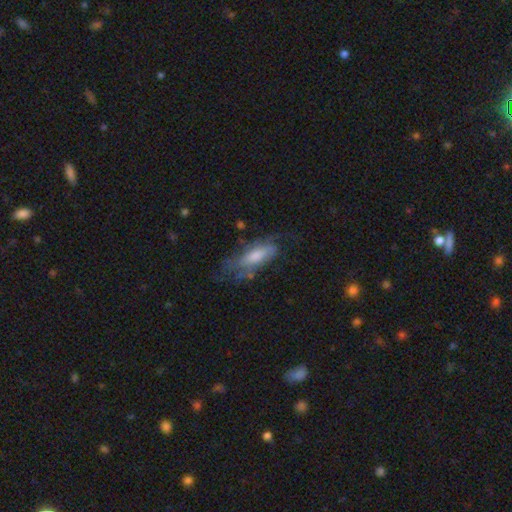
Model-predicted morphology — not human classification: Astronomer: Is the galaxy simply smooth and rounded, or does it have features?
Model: featured or disk — 55% (runner-up: smooth, 37%).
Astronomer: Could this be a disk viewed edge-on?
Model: no — 78%.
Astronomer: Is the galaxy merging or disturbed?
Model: none — 51%.